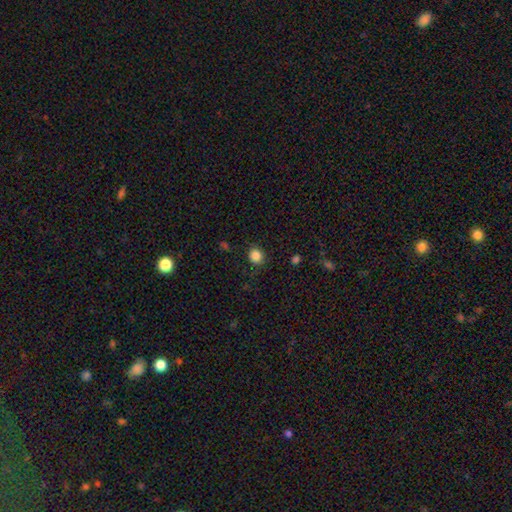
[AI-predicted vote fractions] This is clearly a smooth galaxy (85%). How rounded: clearly round (87%). Merging: clearly none (87%).